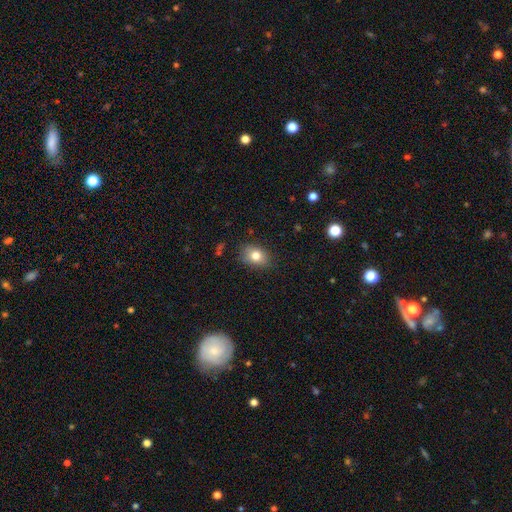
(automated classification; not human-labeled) A smooth galaxy with no disk features (79%) that is in between round and cigar-shaped (71%).

Vote fractions:
- Smooth or featured? smooth: 79% / featured or disk: 11% / star or artifact: 10%
- How rounded? in between: 71% / round: 28% / cigar-shaped: 1%
- Merging? none: 82% / minor disturbance: 13% / major disturbance: 3% / merger: 1%